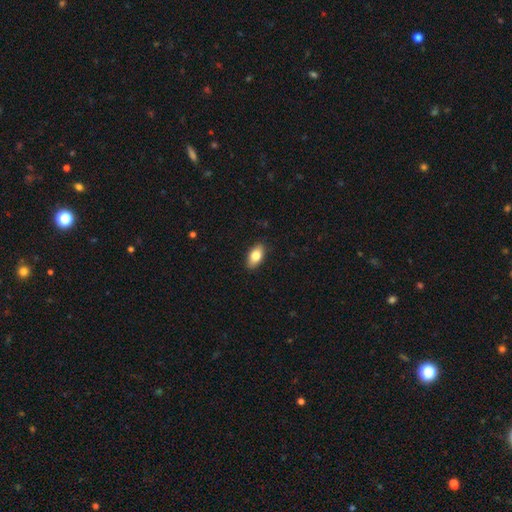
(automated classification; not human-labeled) This appears to be a smooth galaxy with no disk features (81%) that is in between round and cigar-shaped (91%). Merging: none (88%).